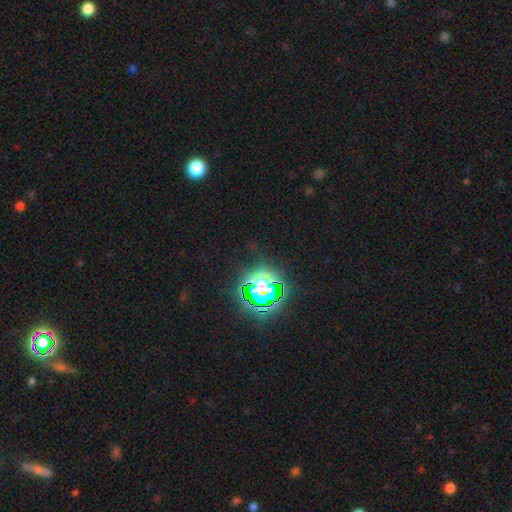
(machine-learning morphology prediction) type=star or artifact (80%).